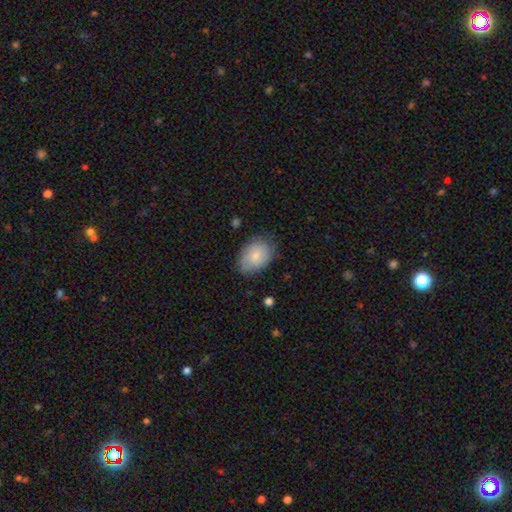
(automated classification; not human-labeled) Smooth or featured? smooth (77%)
How rounded? in between (80%)
Merging? none (75%)